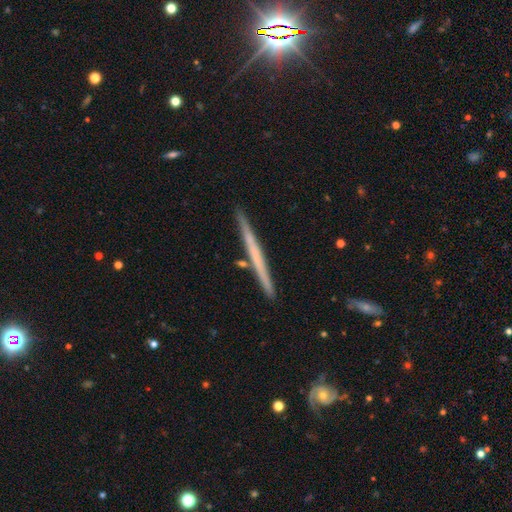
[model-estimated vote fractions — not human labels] This appears to be a featured or disk galaxy (51%) viewed edge-on (97%). Merging: none (90%).